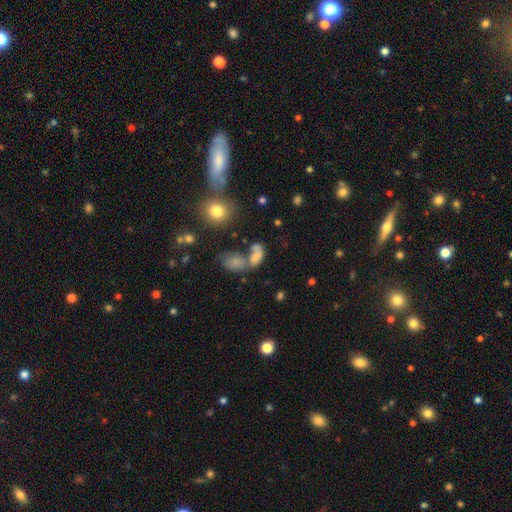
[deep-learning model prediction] Smooth or featured?
  - smooth: 70% *
  - featured or disk: 16%
  - star or artifact: 14%
How rounded?
  - in between: 84% *
  - round: 12%
  - cigar-shaped: 4%
Merging?
  - merger: 52% *
  - none: 25%
  - minor disturbance: 12%
  - major disturbance: 11%